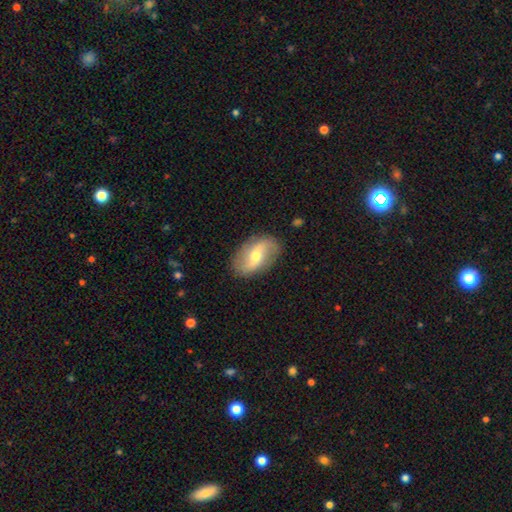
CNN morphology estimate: type=featured or disk (67%); edge-on=no (93%); bar=weak (43%); spiral arms=yes (80%); winding=loose (76%); arm count=2 (90%); bulge=moderate (65%); merging=none (85%).